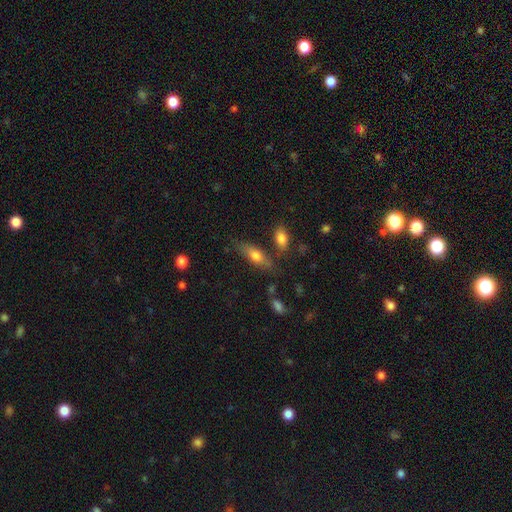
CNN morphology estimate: The model was most divided on "how rounded": in between: 63%, cigar-shaped: 33%, round: 4%. More confident: smooth or featured — smooth (69%); merging — none (68%).